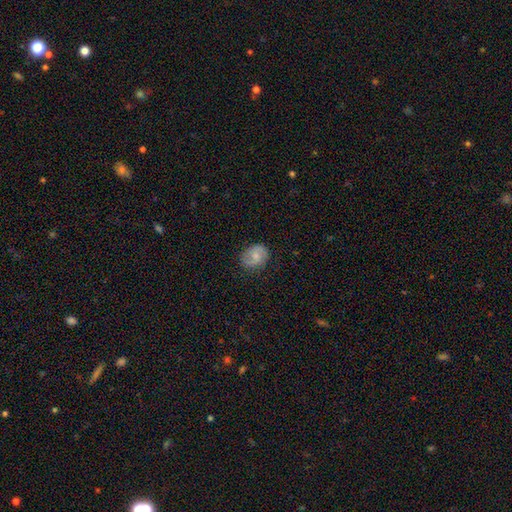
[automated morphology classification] featured or disk 51%, smooth 41%, star or artifact 8%. Down the decision tree: edge-on disk — no (97%); merging — none (78%).